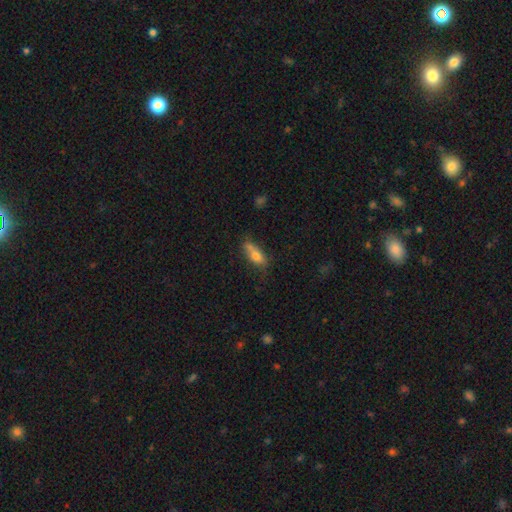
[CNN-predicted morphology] Q: Smooth or featured?
A: smooth (71%); runner-up: featured or disk (20%)
Q: How rounded?
A: in between (71%); runner-up: cigar-shaped (25%)
Q: Merging?
A: none (45%); runner-up: minor disturbance (27%)